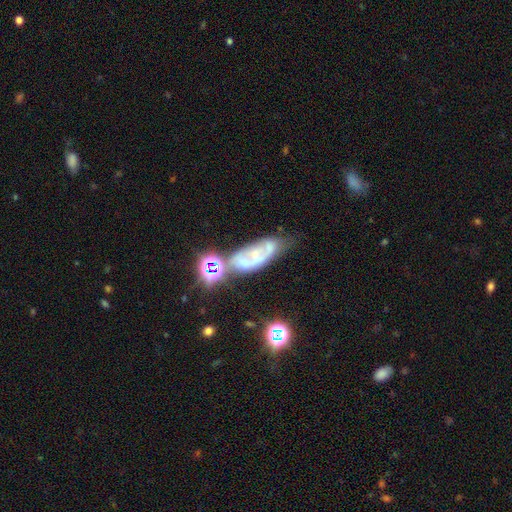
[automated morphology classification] Q: Smooth or featured?
A: featured or disk (51%); runner-up: smooth (26%)
Q: Edge-on disk?
A: no (86%); runner-up: yes (14%)
Q: Merging?
A: none (40%); runner-up: minor disturbance (23%)